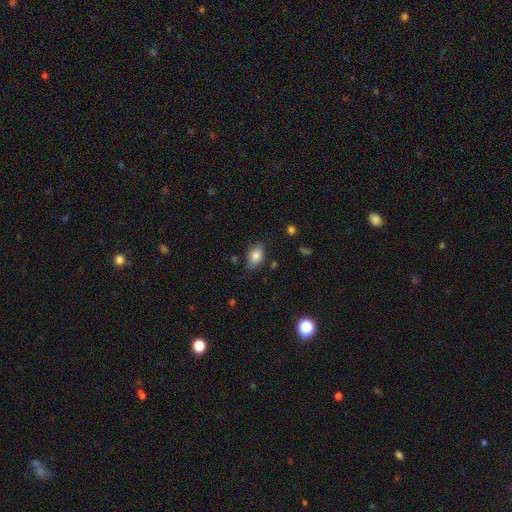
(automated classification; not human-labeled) Smooth or featured: smooth — 83% (featured or disk — 9%)
How rounded: in between — 86% (round — 11%)
Merging: none — 79% (minor disturbance — 16%)